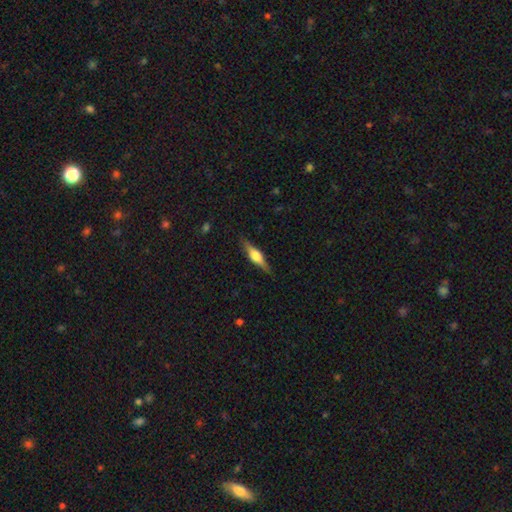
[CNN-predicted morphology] The model was most divided on "smooth or featured": featured or disk: 68%, smooth: 26%, star or artifact: 6%. More confident: edge-on disk — yes (97%); edge-on bulge — rounded (89%); merging — none (88%).